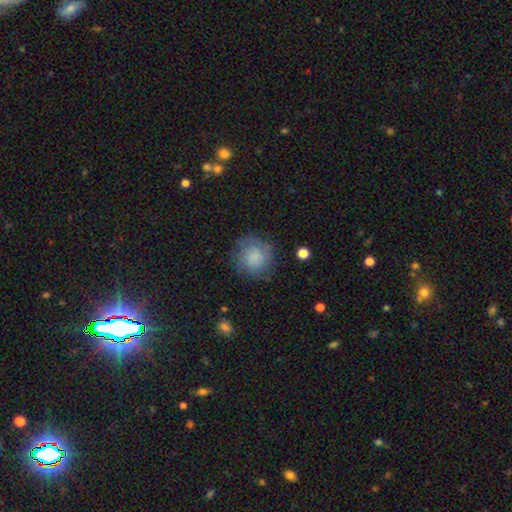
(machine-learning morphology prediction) The model was most divided on "smooth or featured": smooth: 55%, featured or disk: 35%, star or artifact: 10%. More confident: how rounded — round (87%); merging — none (72%).